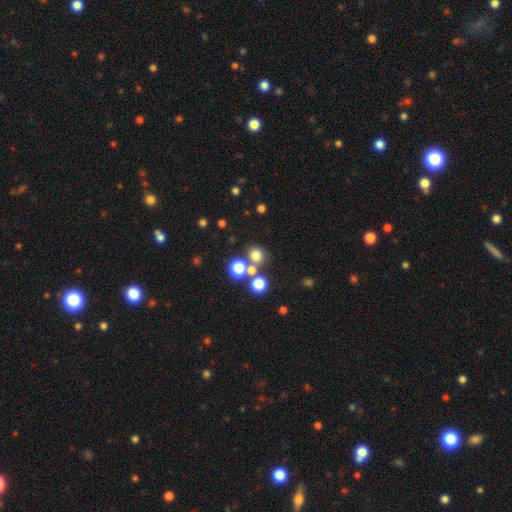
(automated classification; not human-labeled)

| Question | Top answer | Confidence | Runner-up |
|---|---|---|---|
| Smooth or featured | smooth | 71% | star or artifact (20%) |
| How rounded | round | 87% | in between (12%) |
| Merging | none | 67% | merger (21%) |